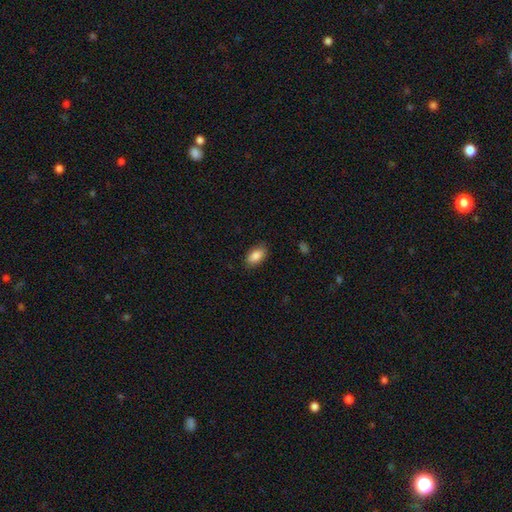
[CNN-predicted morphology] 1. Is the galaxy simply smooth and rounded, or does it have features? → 87% smooth, 7% star or artifact, 6% featured or disk.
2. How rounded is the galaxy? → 92% in between, 4% round, 4% cigar-shaped.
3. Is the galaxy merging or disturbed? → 84% none, 12% minor disturbance, 3% major disturbance, 1% merger.